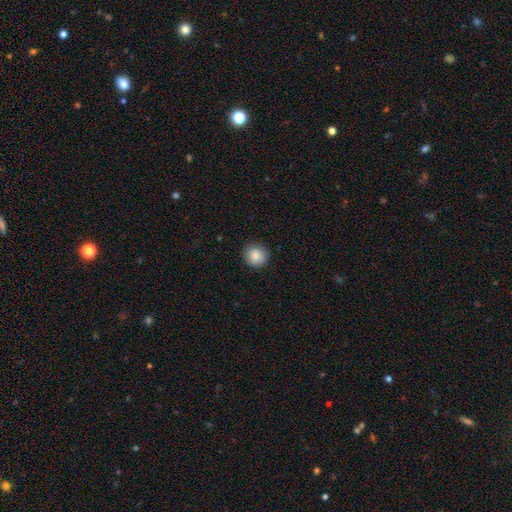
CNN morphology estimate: A smooth galaxy with no disk features (87%) that is round (88%).

Vote fractions:
- Smooth or featured? smooth: 87% / star or artifact: 8% / featured or disk: 5%
- How rounded? round: 88% / in between: 11% / cigar-shaped: 1%
- Merging? none: 89% / minor disturbance: 8% / major disturbance: 2% / merger: 1%